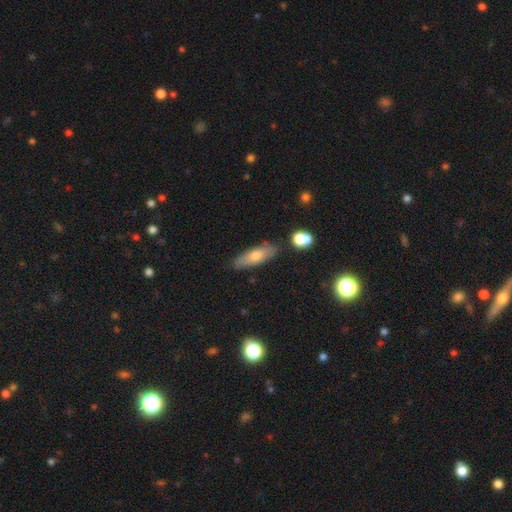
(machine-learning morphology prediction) A smooth galaxy with no disk features (63%) that is cigar-shaped (49%).

Vote fractions:
- Smooth or featured? smooth: 63% / featured or disk: 28% / star or artifact: 9%
- How rounded? cigar-shaped: 49% / in between: 48% / round: 3%
- Merging? none: 82% / minor disturbance: 12% / merger: 3% / major disturbance: 3%